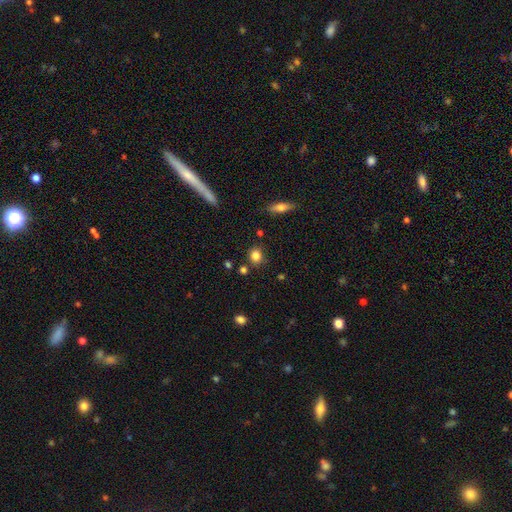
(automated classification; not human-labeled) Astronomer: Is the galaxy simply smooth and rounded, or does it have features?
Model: smooth — 83%.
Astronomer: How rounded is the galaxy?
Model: round — 76%.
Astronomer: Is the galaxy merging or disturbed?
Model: none — 83%.